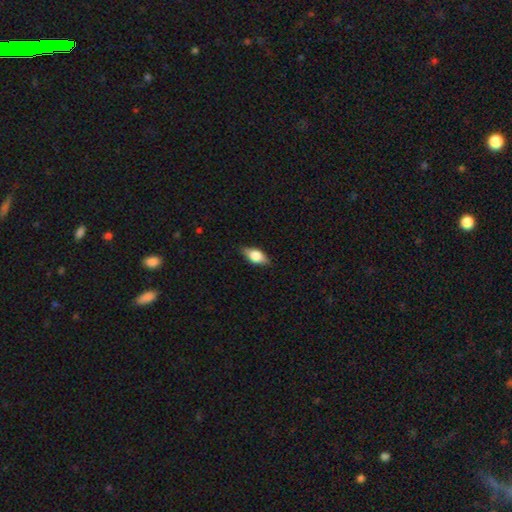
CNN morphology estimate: This is likely a smooth galaxy (61%). How rounded: clearly in between (83%). Merging: clearly none (84%).